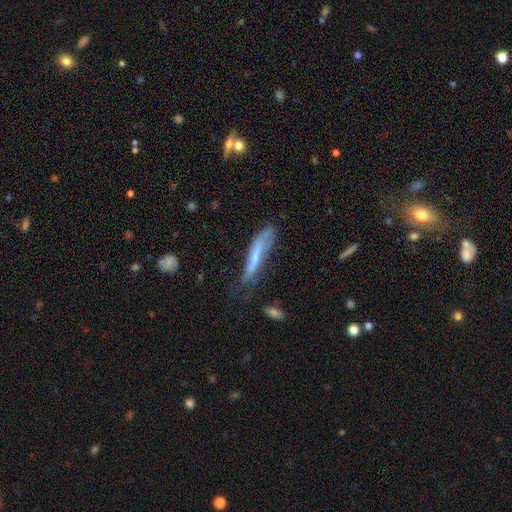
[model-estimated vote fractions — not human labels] smooth 49%, featured or disk 43%, star or artifact 8%. Down the decision tree: merging — none (42%).